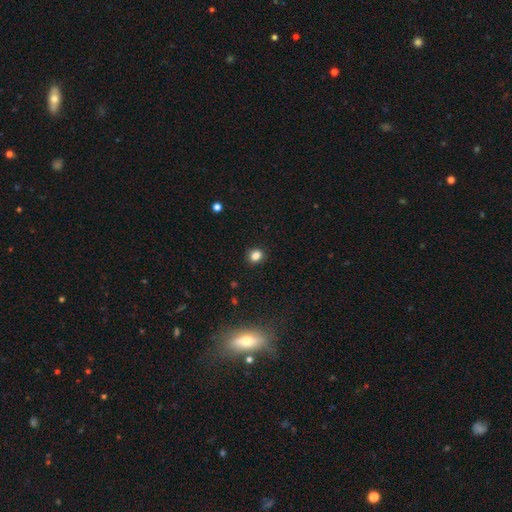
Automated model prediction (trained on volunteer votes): Morphology: type=smooth (84%); roundness=round (66%); merging=none (88%).